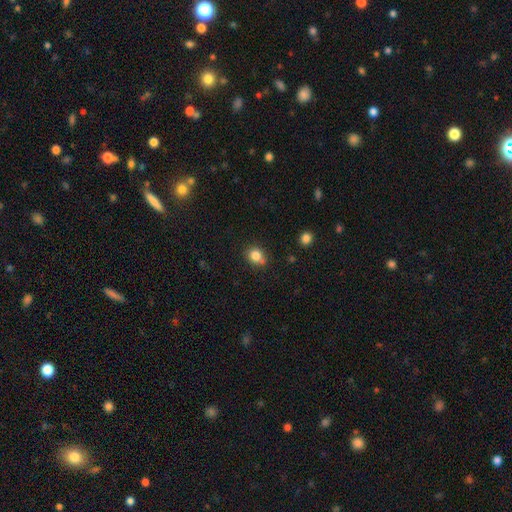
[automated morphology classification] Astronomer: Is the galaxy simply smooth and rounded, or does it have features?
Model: smooth — 82%.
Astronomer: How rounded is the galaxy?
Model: round — 66%.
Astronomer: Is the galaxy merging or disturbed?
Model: none — 67%.